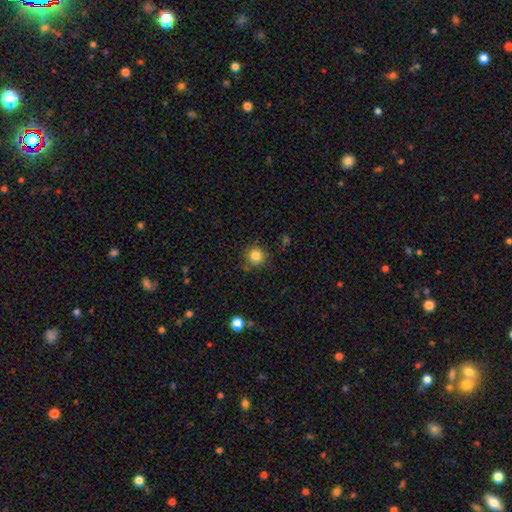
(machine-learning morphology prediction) The model was most divided on "merging": none: 81%, minor disturbance: 12%, merger: 4%, major disturbance: 3%. More confident: how rounded — round (90%); smooth or featured — smooth (83%).